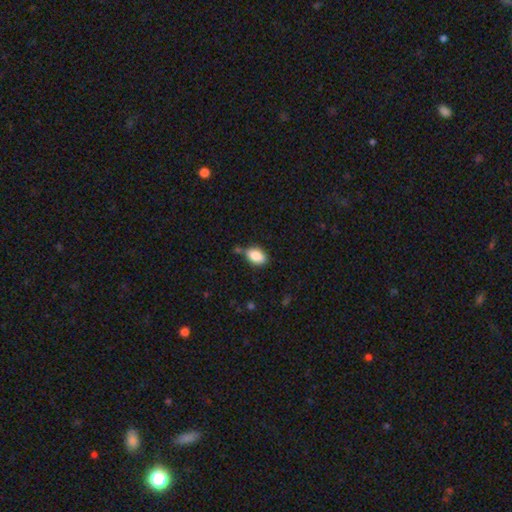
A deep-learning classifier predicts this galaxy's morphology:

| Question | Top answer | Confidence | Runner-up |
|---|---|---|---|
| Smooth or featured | smooth | 86% | star or artifact (8%) |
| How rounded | in between | 89% | round (9%) |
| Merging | none | 70% | minor disturbance (18%) |